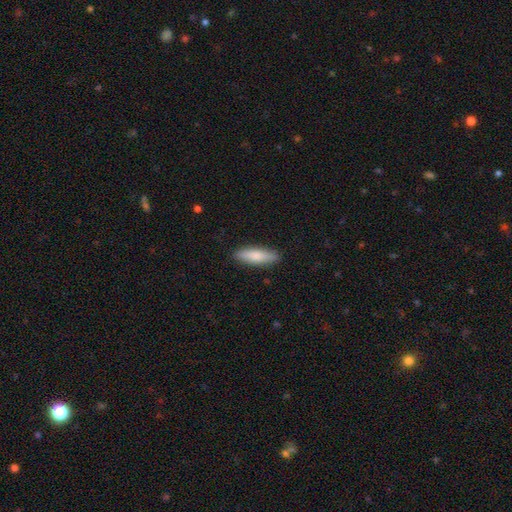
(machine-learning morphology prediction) smooth 79%, featured or disk 15%, star or artifact 5%. Down the decision tree: how rounded — cigar-shaped (63%); merging — none (89%).